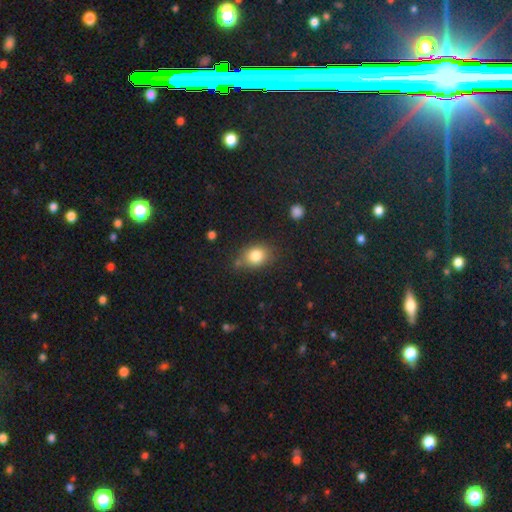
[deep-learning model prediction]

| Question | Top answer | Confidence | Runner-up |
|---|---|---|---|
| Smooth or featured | smooth | 82% | star or artifact (10%) |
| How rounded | in between | 57% | round (42%) |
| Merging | none | 70% | minor disturbance (19%) |